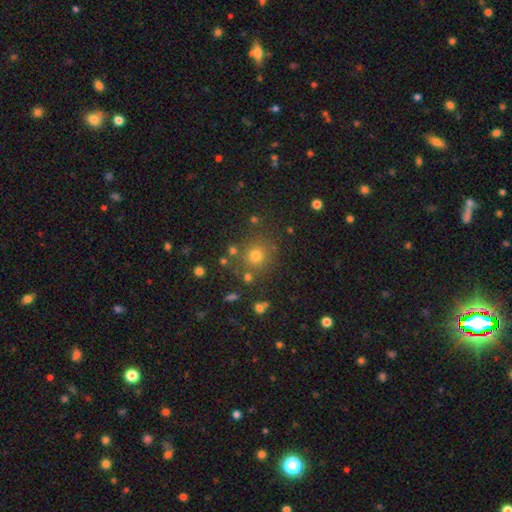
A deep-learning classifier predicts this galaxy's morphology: Smooth or featured: smooth — 71% (star or artifact — 21%)
How rounded: round — 91% (in between — 8%)
Merging: none — 81% (minor disturbance — 9%)